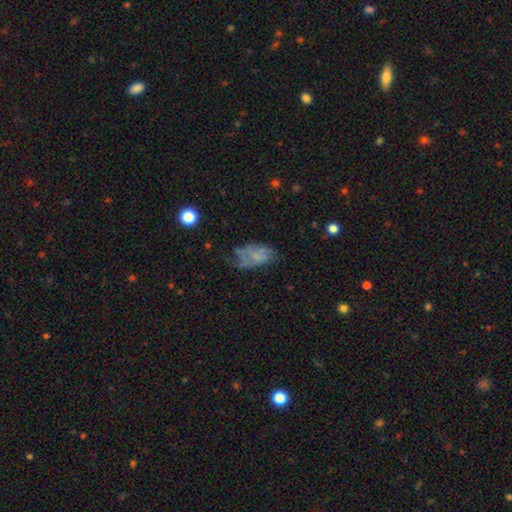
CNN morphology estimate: smooth 46%, featured or disk 42%, star or artifact 13%. Down the decision tree: merging — none (35%).